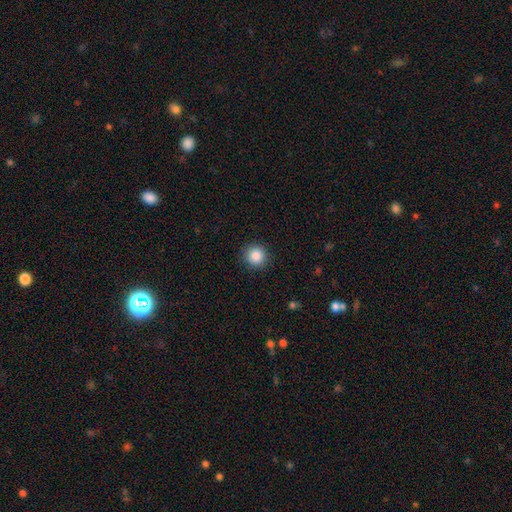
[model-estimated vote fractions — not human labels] Q: Smooth or featured?
A: smooth (87%); runner-up: star or artifact (9%)
Q: How rounded?
A: round (94%); runner-up: in between (5%)
Q: Merging?
A: none (91%); runner-up: minor disturbance (6%)